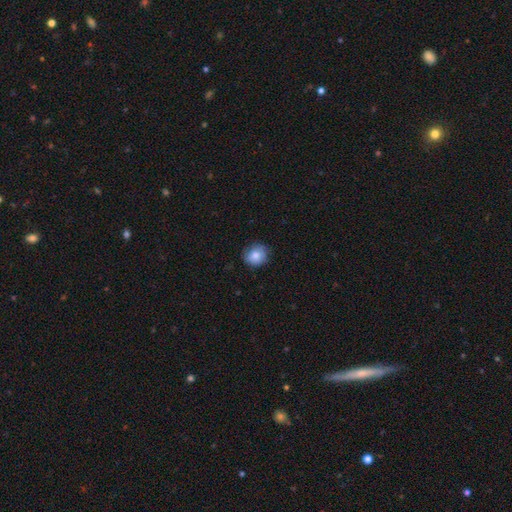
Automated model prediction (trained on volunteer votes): The model was most divided on "merging": none: 77%, minor disturbance: 18%, major disturbance: 4%, merger: 1%. More confident: how rounded — round (83%); smooth or featured — smooth (77%).